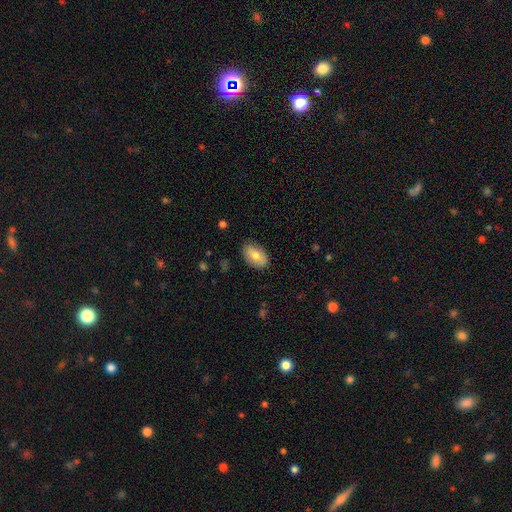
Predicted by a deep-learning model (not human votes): This appears to be a smooth galaxy with no disk features (75%) that is in between round and cigar-shaped (91%). Merging: none (84%).